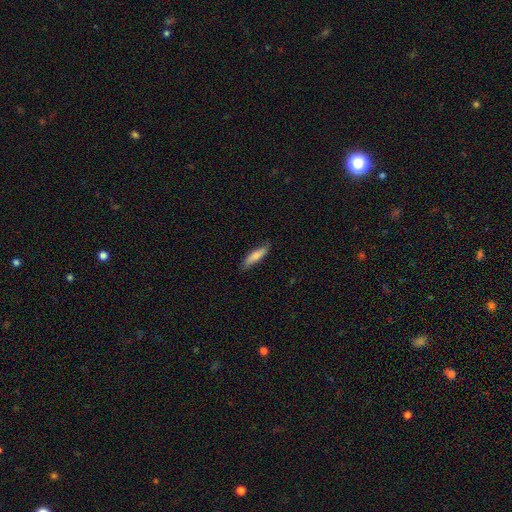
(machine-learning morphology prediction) This is likely a smooth galaxy (77%). How rounded: likely cigar-shaped (69%). Merging: likely none (80%).